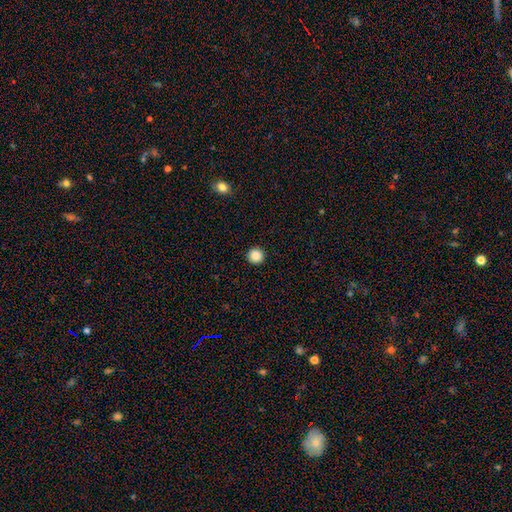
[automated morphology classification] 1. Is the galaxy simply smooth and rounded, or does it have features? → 88% smooth, 9% star or artifact, 2% featured or disk.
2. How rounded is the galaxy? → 95% round, 4% in between, 1% cigar-shaped.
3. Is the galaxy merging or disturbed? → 93% none, 4% minor disturbance, 2% major disturbance, 1% merger.